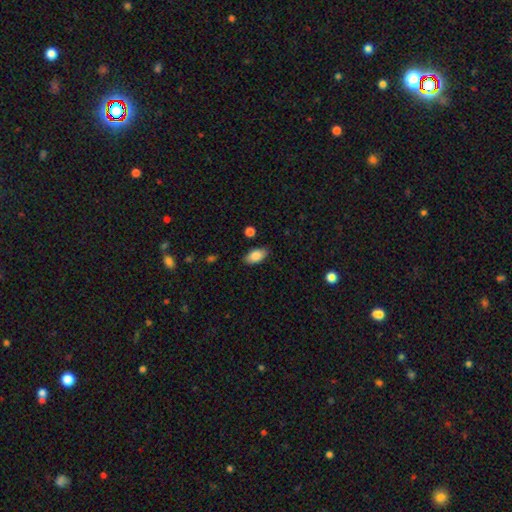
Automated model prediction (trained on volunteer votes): Morphology: type=smooth (86%); roundness=in between (92%); merging=none (85%).